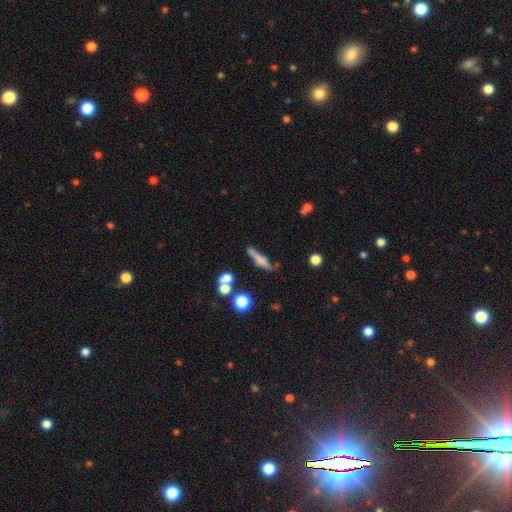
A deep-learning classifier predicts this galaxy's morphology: This appears to be a smooth galaxy with no disk features (46%). Merging: none (62%).